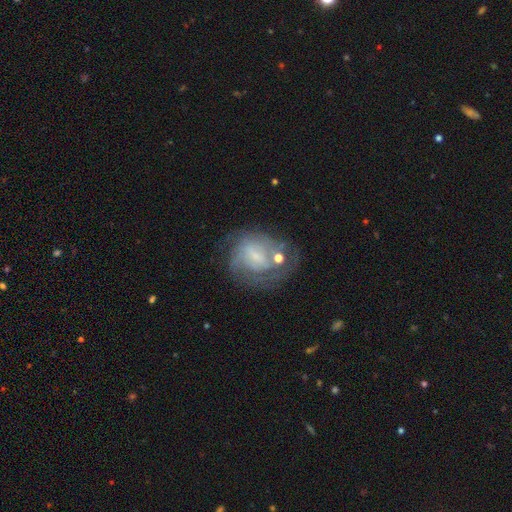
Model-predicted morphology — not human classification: featured or disk 65%, smooth 26%, star or artifact 9%. Down the decision tree: edge-on disk — no (97%); bar — weak (47%); spiral arms — yes (75%); bulge size — small (46%); merging — none (47%).